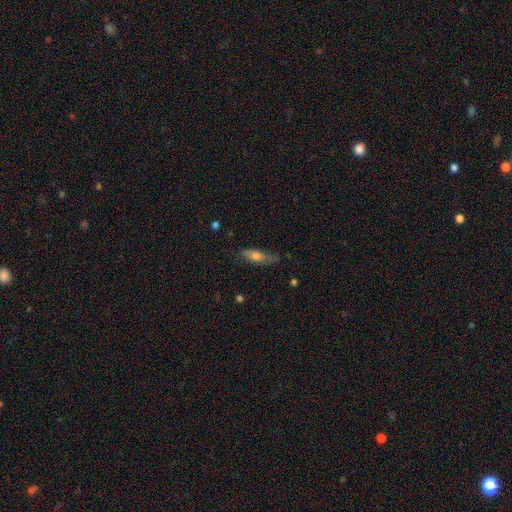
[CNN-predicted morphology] The model was most divided on "how rounded": cigar-shaped: 54%, in between: 44%, round: 3%. More confident: merging — none (67%); smooth or featured — smooth (59%).